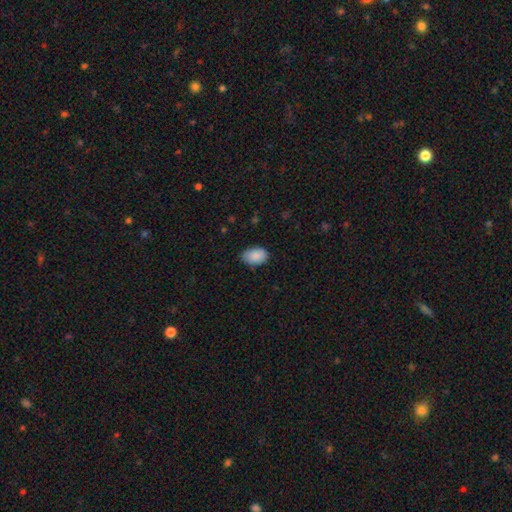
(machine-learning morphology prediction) This is clearly a smooth galaxy (89%). How rounded: clearly in between (85%). Merging: likely none (77%).